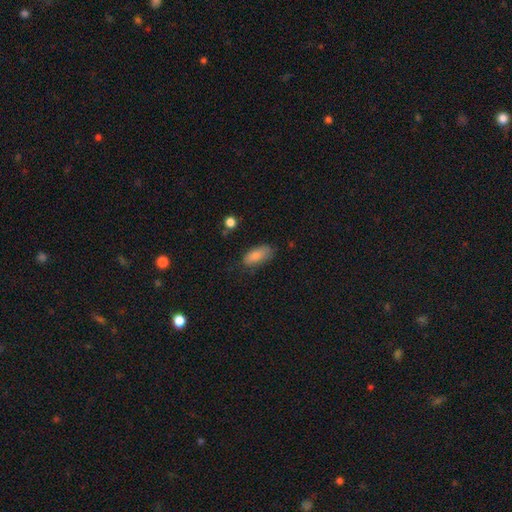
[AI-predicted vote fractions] Overall: smooth (82%). How rounded: in between (88%). Merging: none (64%; minor disturbance 27%).